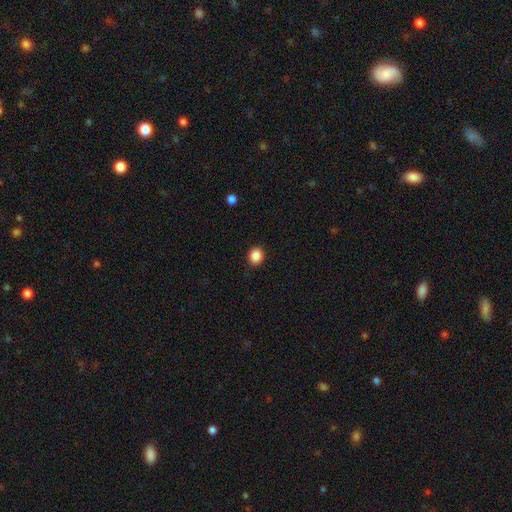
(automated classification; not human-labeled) smooth_or_featured: smooth (p=0.87) [alt: star or artifact p=0.10]
how_rounded: round (p=0.72) [alt: in between p=0.28]
merging: none (p=0.91) [alt: minor disturbance p=0.06]